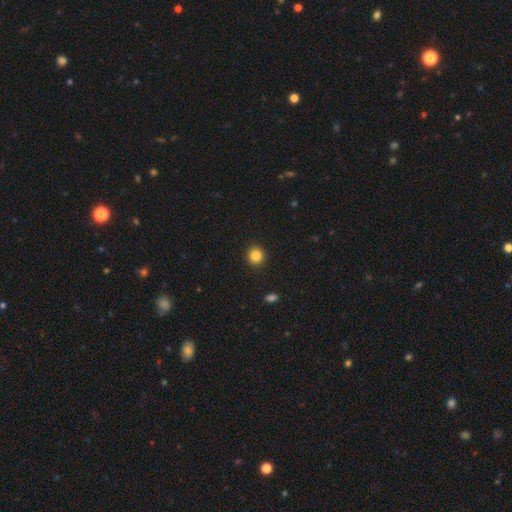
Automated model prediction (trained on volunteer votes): A smooth galaxy with no disk features (84%) that is round (91%). Merging: none (92%).